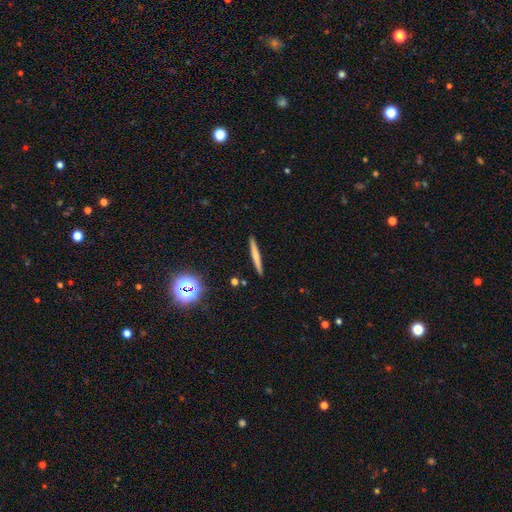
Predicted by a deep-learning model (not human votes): A smooth galaxy with no disk features (54%) that is cigar-shaped (95%).

Vote fractions:
- Smooth or featured? smooth: 54% / featured or disk: 38% / star or artifact: 8%
- How rounded? cigar-shaped: 95% / in between: 3% / round: 2%
- Merging? none: 91% / minor disturbance: 6% / merger: 1% / major disturbance: 1%